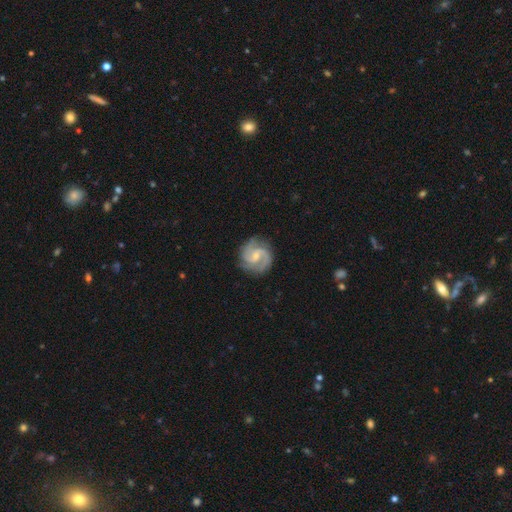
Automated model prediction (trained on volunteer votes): A featured or disk galaxy (89%) with a weak bar (47%), 2 (80%) medium (53%) spiral arms (98%) and a small central bulge (65%). Merging: none (81%).